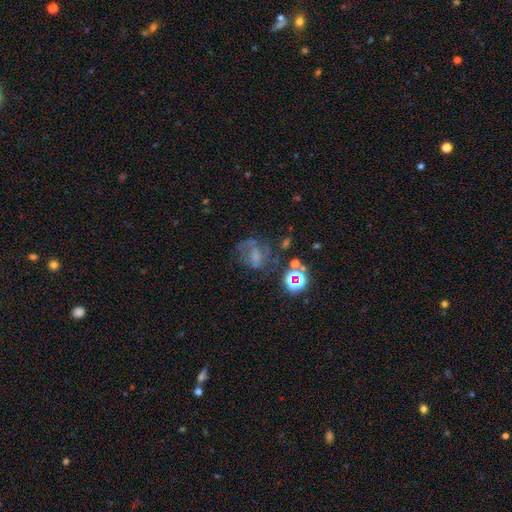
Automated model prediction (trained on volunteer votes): smooth_or_featured: featured or disk (p=0.40) [alt: smooth p=0.32]
merging: none (p=0.44) [alt: major disturbance p=0.28]